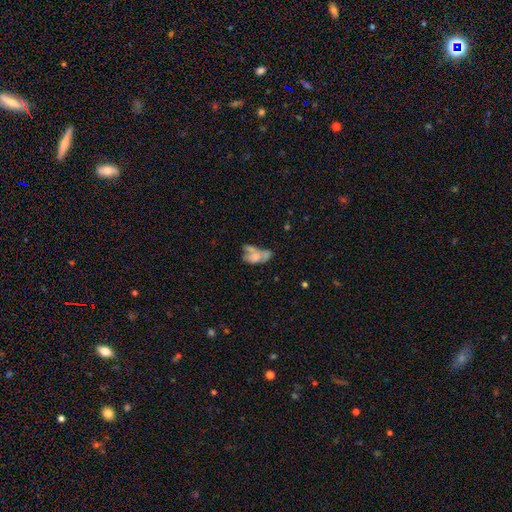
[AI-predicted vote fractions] Smooth or featured: smooth — 52% (featured or disk — 38%)
How rounded: in between — 87% (round — 8%)
Merging: merger — 41% (none — 22%)